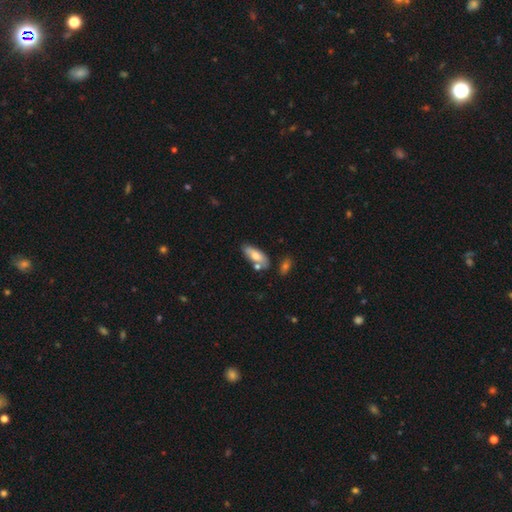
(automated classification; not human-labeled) smooth-or-featured: smooth: 69% | featured or disk: 25% | star or artifact: 6%
  how-rounded: in between: 80% | cigar-shaped: 17% | round: 2%
  merging: none: 62% | minor disturbance: 18% | merger: 15% | major disturbance: 5%